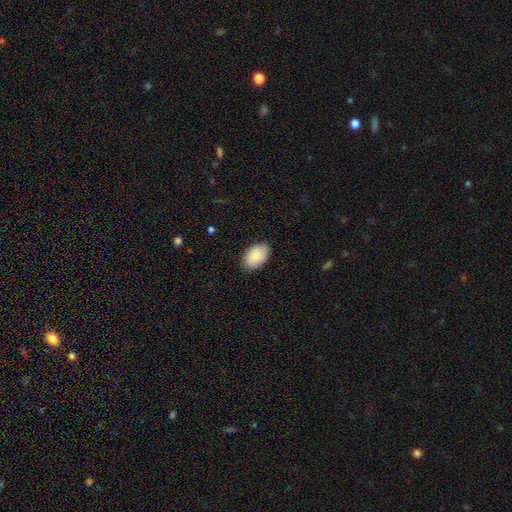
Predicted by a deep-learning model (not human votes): smooth 87%, featured or disk 7%, star or artifact 6%. Down the decision tree: how rounded — in between (92%); merging — none (85%).